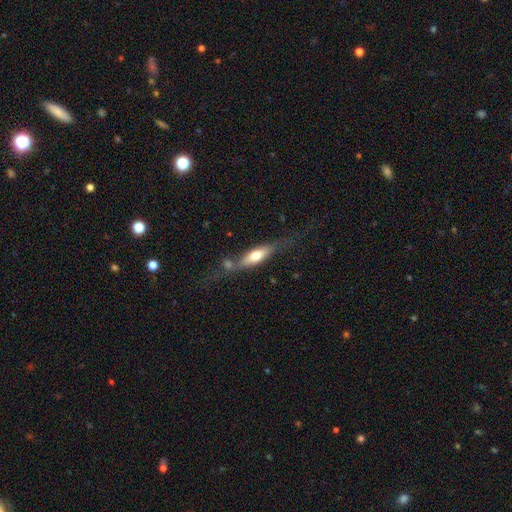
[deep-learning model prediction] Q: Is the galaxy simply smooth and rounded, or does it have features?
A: smooth — 48%.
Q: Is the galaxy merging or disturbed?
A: none — 48%.